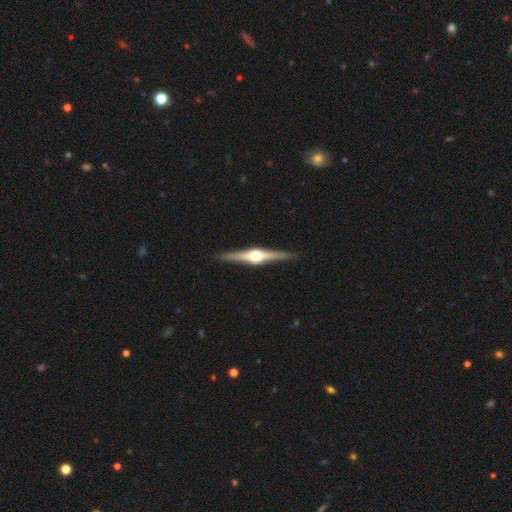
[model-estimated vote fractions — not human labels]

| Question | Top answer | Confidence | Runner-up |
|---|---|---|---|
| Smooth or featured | featured or disk | 84% | smooth (11%) |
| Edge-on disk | yes | 98% | no (2%) |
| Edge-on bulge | rounded | 95% | boxy (4%) |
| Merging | none | 91% | minor disturbance (6%) |